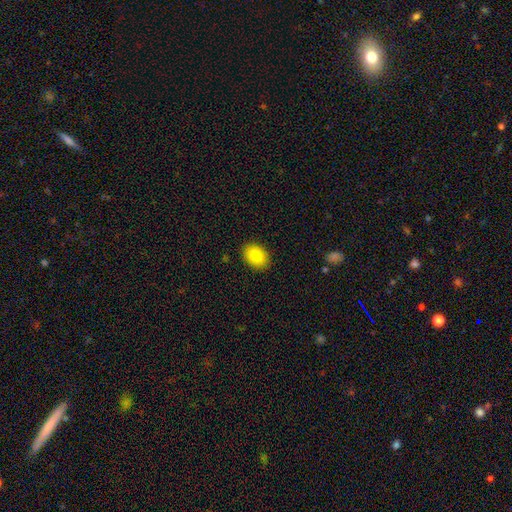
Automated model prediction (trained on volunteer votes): smooth 83%, featured or disk 8%, star or artifact 8%. Down the decision tree: how rounded — in between (72%); merging — none (89%).